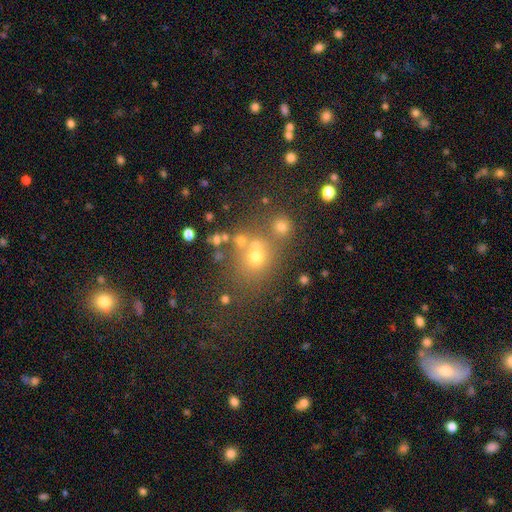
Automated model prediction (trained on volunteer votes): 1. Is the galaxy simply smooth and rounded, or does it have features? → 59% smooth, 25% star or artifact, 16% featured or disk.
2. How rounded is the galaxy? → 75% round, 24% in between, 1% cigar-shaped.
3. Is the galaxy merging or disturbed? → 54% none, 29% merger, 11% minor disturbance, 7% major disturbance.